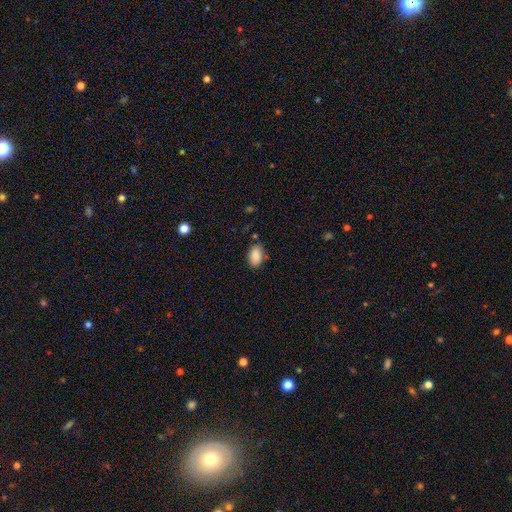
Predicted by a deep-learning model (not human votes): Smooth or featured? Predicted: smooth (p=0.85). How rounded? Predicted: in between (p=0.89). Merging? Predicted: none (p=0.78).